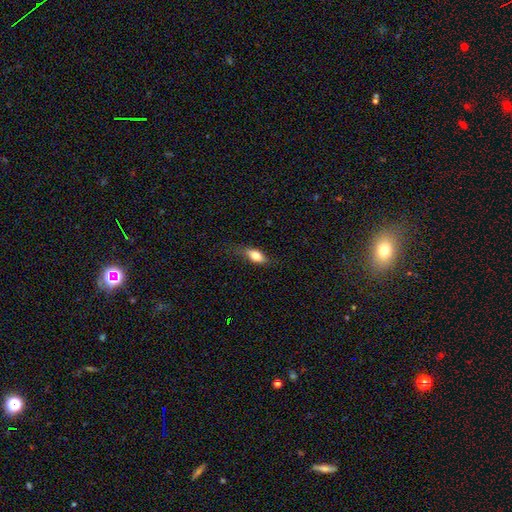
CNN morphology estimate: A smooth galaxy with no disk features (76%) that is in between round and cigar-shaped (80%). Merging: none (65%).